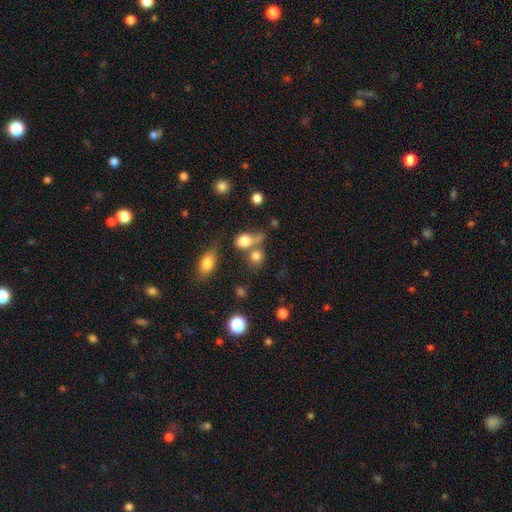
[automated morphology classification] smooth-or-featured: smooth: 78% | star or artifact: 13% | featured or disk: 9%
  how-rounded: round: 69% | in between: 29% | cigar-shaped: 3%
  merging: merger: 40% (tied) | none: 40% (tied) | minor disturbance: 12% | major disturbance: 9%